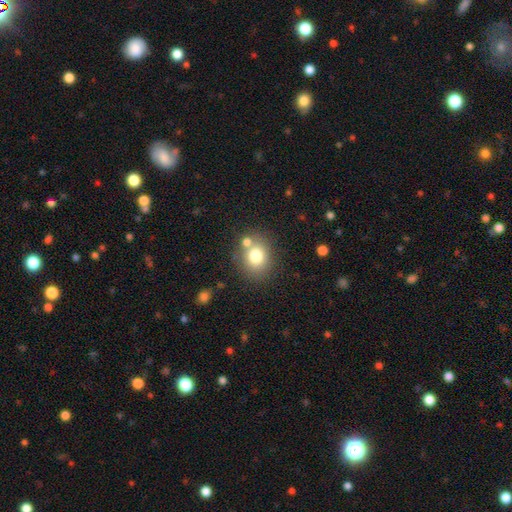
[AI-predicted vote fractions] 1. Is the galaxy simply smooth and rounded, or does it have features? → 76% smooth, 13% featured or disk, 11% star or artifact.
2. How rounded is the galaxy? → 63% round, 36% in between, 1% cigar-shaped.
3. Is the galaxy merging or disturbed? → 68% none, 16% merger, 12% minor disturbance, 4% major disturbance.